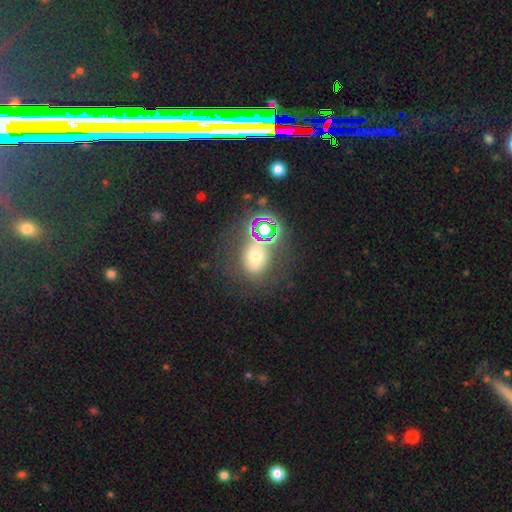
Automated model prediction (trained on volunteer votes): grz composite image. It shows a smooth galaxy with no disk features (50%) that is in between round and cigar-shaped (52%). Merging: none (59%).